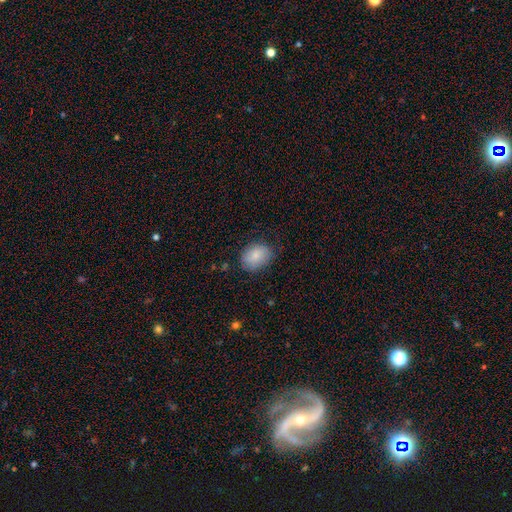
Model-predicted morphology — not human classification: Q: Smooth or featured?
A: smooth (84%); runner-up: featured or disk (9%)
Q: How rounded?
A: in between (66%); runner-up: round (33%)
Q: Merging?
A: none (75%); runner-up: minor disturbance (19%)